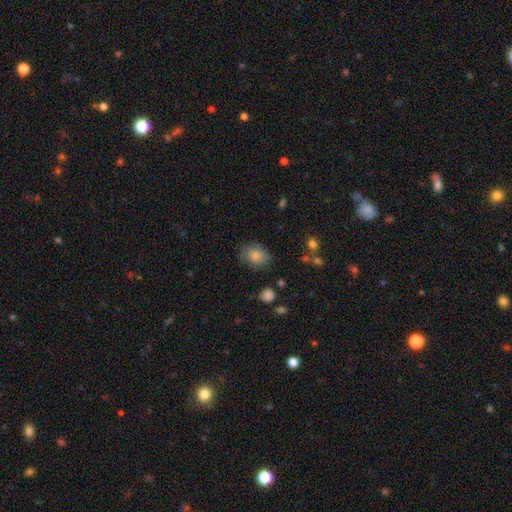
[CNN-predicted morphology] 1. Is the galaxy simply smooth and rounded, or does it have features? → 84% smooth, 9% star or artifact, 8% featured or disk.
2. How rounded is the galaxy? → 57% in between, 42% round, 1% cigar-shaped.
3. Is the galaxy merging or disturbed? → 72% none, 20% minor disturbance, 6% major disturbance, 2% merger.